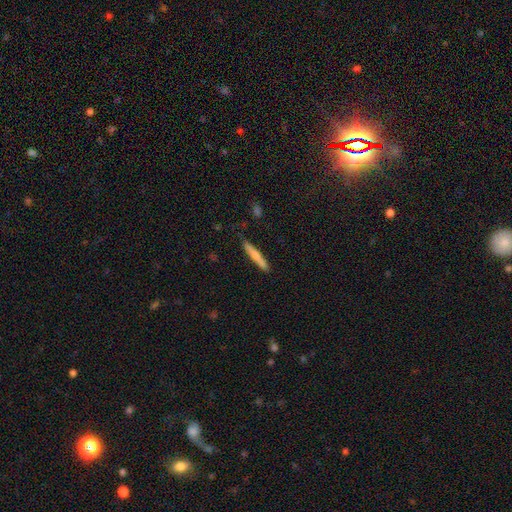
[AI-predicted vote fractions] This is likely a smooth galaxy (61%). How rounded: clearly cigar-shaped (94%). Merging: clearly none (84%).